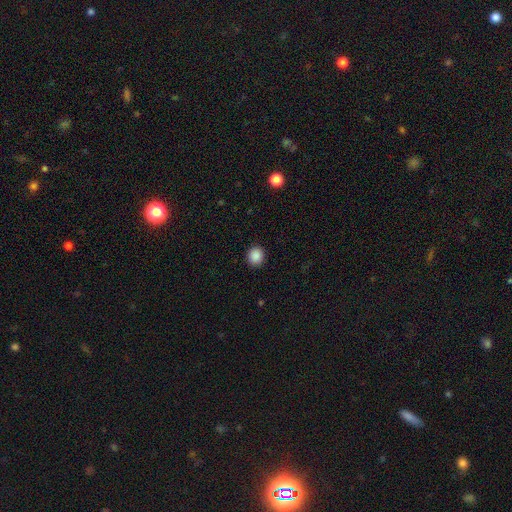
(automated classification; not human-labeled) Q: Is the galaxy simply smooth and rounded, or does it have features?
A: smooth — 88%.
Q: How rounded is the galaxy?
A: round — 80%.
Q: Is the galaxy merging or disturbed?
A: none — 91%.